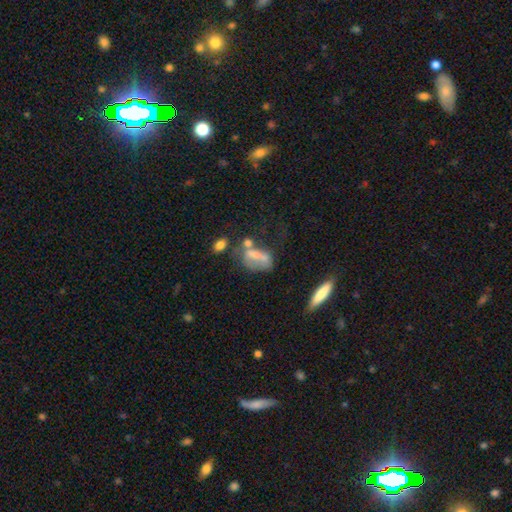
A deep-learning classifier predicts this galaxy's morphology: smooth-or-featured: smooth: 55% | featured or disk: 32% | star or artifact: 13%
  how-rounded: in between: 78% | round: 11% | cigar-shaped: 11%
  merging: major disturbance: 31% | none: 26% | merger: 23% | minor disturbance: 20%